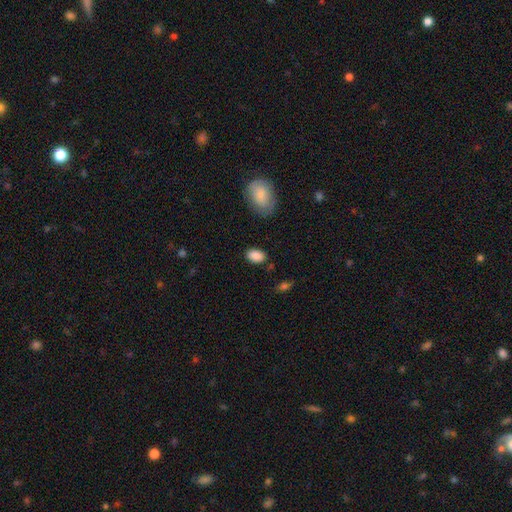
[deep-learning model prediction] Smooth or featured? smooth (88%)
How rounded? in between (89%)
Merging? none (83%)